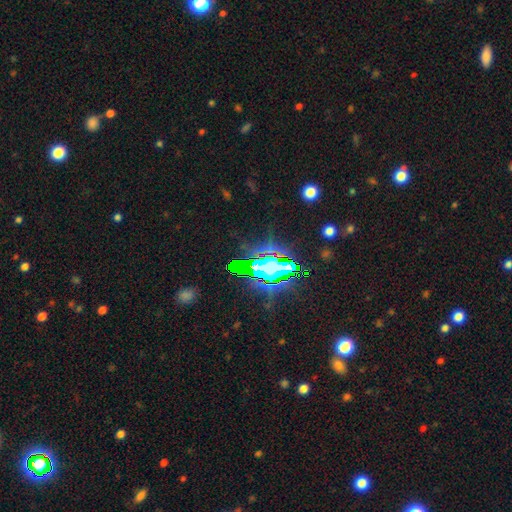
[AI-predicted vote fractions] Overall: star or artifact (71%).